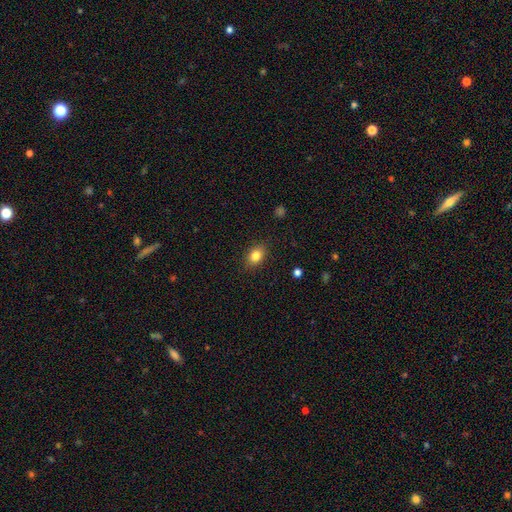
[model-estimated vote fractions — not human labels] Smooth or featured? Predicted: smooth (p=0.82). How rounded? Predicted: in between (p=0.69). Merging? Predicted: none (p=0.86).